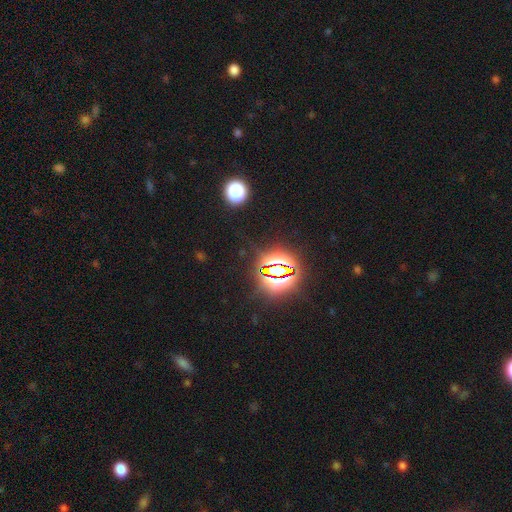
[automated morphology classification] Smooth or featured? Predicted: star or artifact (p=0.81).